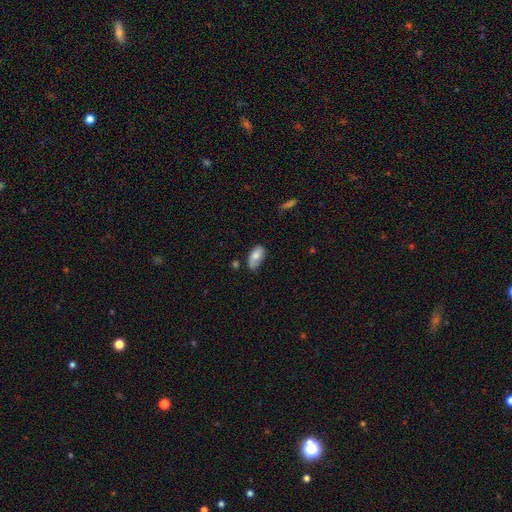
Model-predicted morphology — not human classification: A smooth galaxy with no disk features (74%) that is in between round and cigar-shaped (93%). Merging: none (57%).